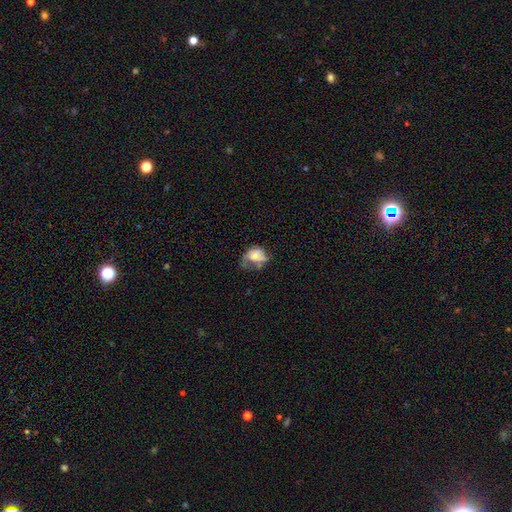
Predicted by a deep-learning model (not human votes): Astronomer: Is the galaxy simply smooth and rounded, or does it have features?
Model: smooth — 55% (runner-up: featured or disk, 36%).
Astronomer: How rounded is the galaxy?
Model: in between — 62% (runner-up: round, 37%).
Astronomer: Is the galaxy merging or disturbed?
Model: major disturbance — 39% (runner-up: minor disturbance, 27%).